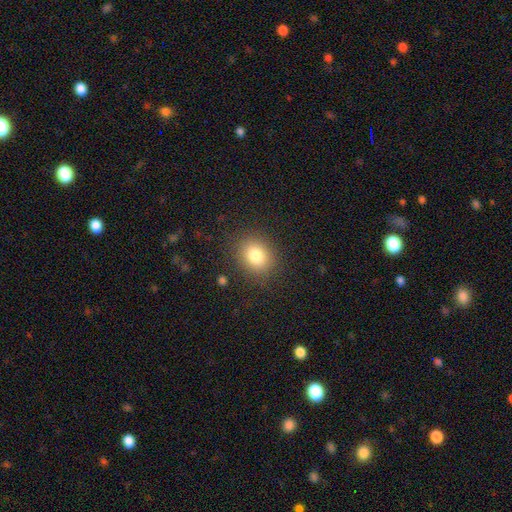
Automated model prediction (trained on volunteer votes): smooth 80%, star or artifact 12%, featured or disk 8%. Down the decision tree: how rounded — round (64%); merging — none (86%).